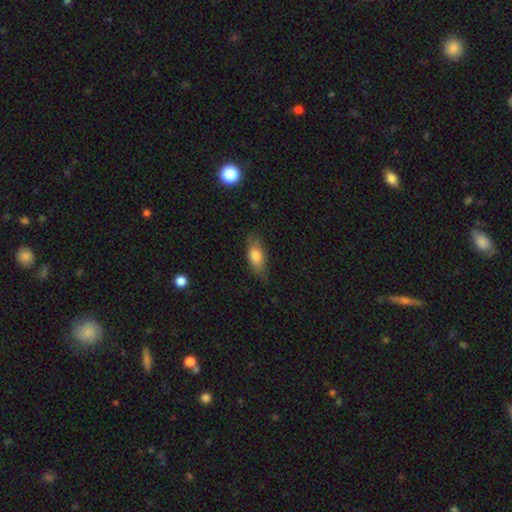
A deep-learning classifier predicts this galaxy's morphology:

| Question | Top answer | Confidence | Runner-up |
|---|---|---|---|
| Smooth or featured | smooth | 77% | featured or disk (16%) |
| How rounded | in between | 80% | cigar-shaped (17%) |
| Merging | none | 72% | minor disturbance (21%) |